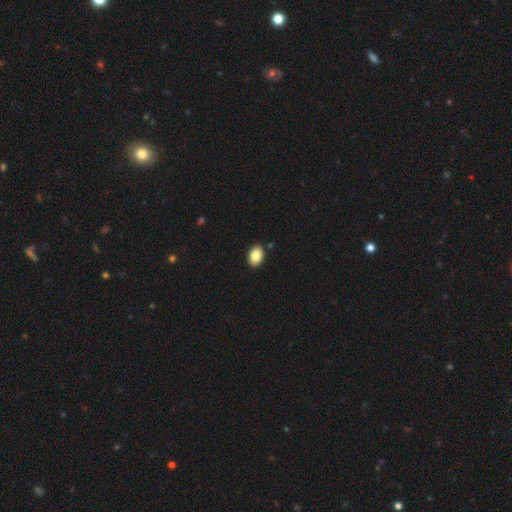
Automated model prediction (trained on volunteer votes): smooth 87%, star or artifact 7%, featured or disk 6%. Down the decision tree: how rounded — in between (86%); merging — none (90%).